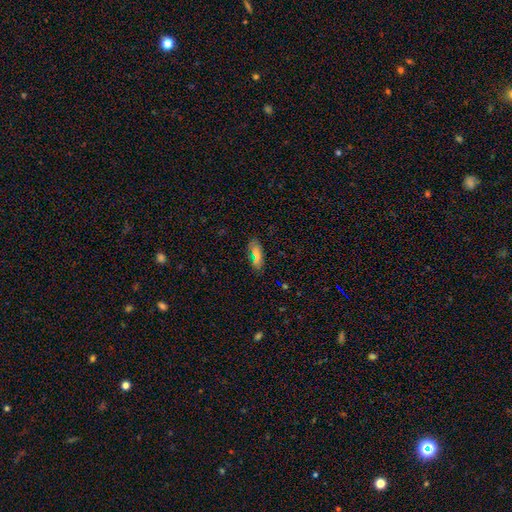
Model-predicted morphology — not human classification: smooth 73%, star or artifact 14%, featured or disk 12%. Down the decision tree: how rounded — in between (74%); merging — none (82%).